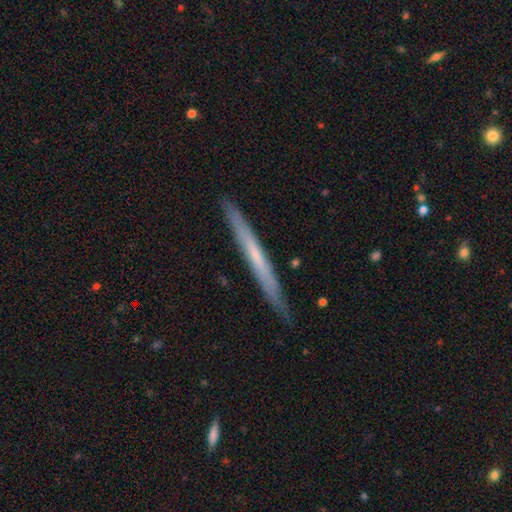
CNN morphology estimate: smooth_or_featured: featured or disk (p=0.52) [alt: smooth p=0.42]
disk_edge_on: yes (p=0.95) [alt: no p=0.05]
merging: none (p=0.88) [alt: minor disturbance p=0.09]